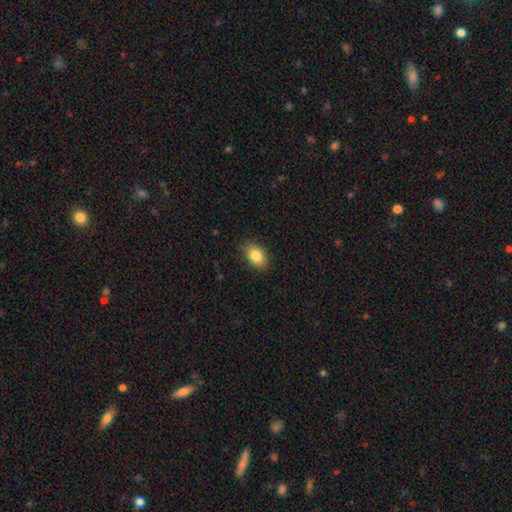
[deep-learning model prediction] Overall: smooth (85%). How rounded: in between (82%). Merging: none (83%).